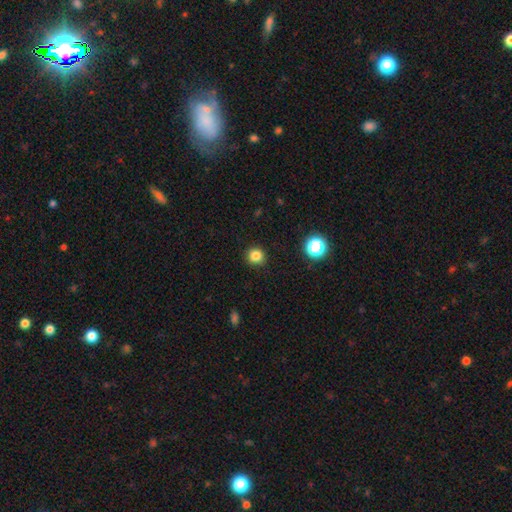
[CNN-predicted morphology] type=smooth (82%); roundness=round (90%); merging=none (91%).